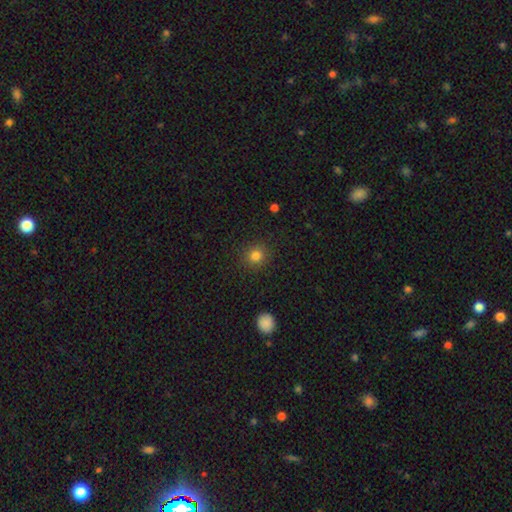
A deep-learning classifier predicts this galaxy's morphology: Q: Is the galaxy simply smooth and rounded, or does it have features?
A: smooth — 82%.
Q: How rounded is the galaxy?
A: round — 88%.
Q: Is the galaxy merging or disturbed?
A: none — 90%.